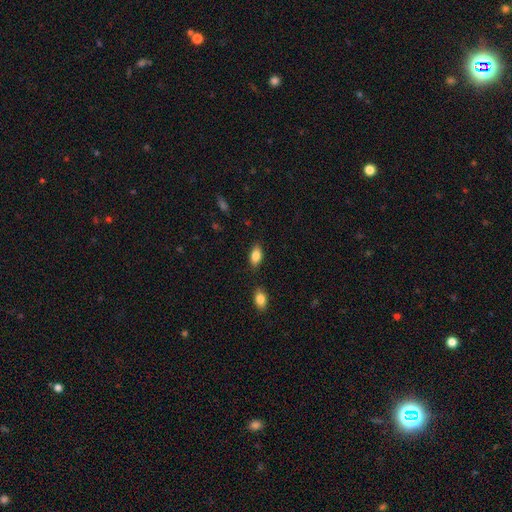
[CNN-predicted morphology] Smooth or featured: smooth — 84% (featured or disk — 8%)
How rounded: in between — 91% (cigar-shaped — 5%)
Merging: none — 82% (minor disturbance — 12%)